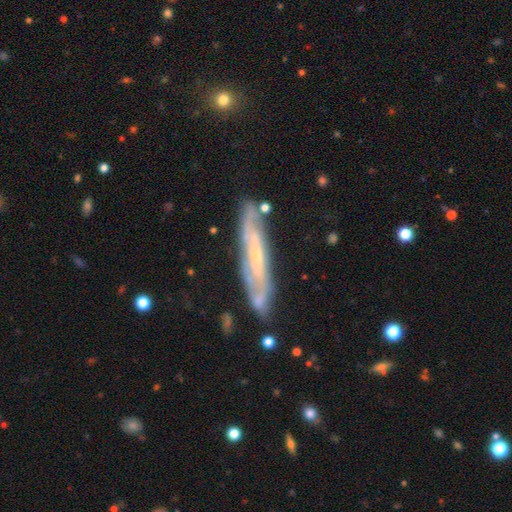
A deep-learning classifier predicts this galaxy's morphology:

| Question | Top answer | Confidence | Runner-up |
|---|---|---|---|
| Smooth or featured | featured or disk | 67% | smooth (26%) |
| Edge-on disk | yes | 59% | no (41%) |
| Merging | none | 76% | minor disturbance (16%) |